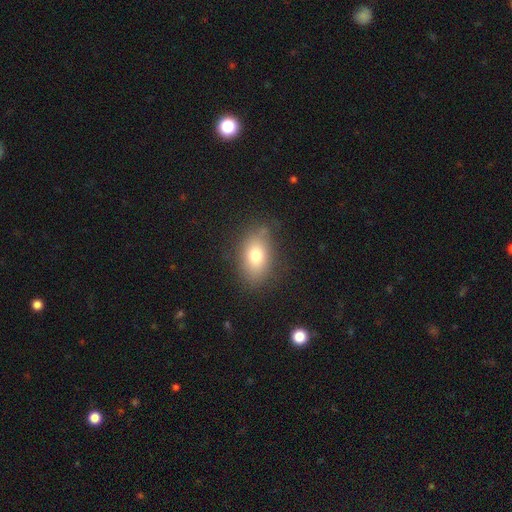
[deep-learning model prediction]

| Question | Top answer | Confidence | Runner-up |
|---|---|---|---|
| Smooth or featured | smooth | 76% | featured or disk (14%) |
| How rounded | in between | 84% | round (14%) |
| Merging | none | 77% | minor disturbance (16%) |